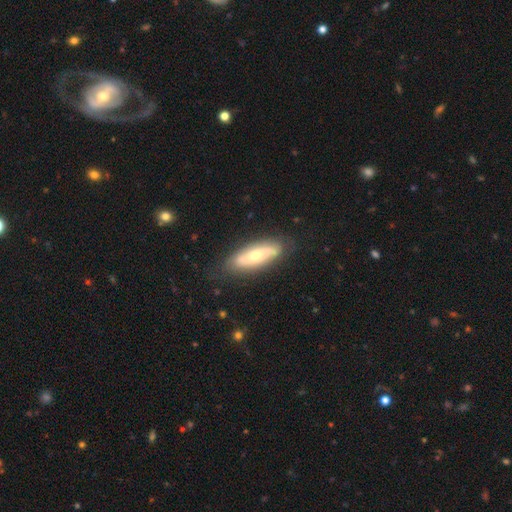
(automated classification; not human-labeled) A featured or disk galaxy (50%). Merging: none (78%).